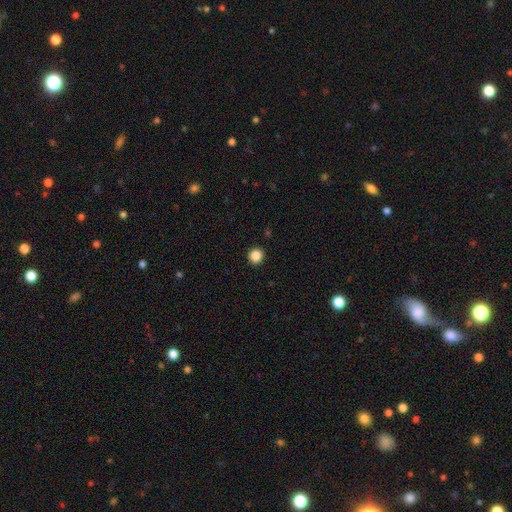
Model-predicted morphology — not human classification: Smooth or featured?
  - smooth: 87% *
  - star or artifact: 10%
  - featured or disk: 2%
How rounded?
  - round: 95% *
  - in between: 4%
  - cigar-shaped: 1%
Merging?
  - none: 93% *
  - minor disturbance: 4%
  - major disturbance: 2%
  - merger: 1%